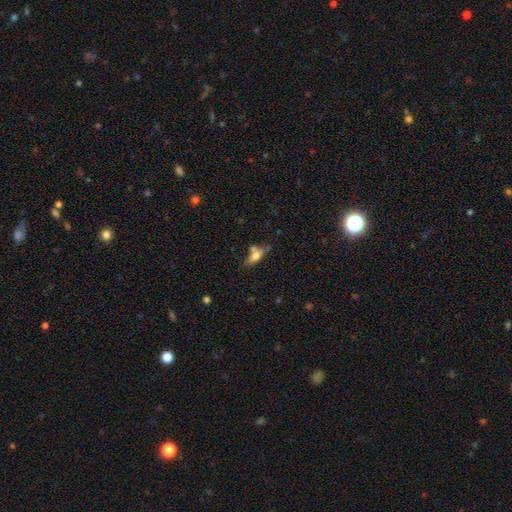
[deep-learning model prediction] A smooth galaxy with no disk features (60%) that is in between round and cigar-shaped (68%). Merging: none (52%).